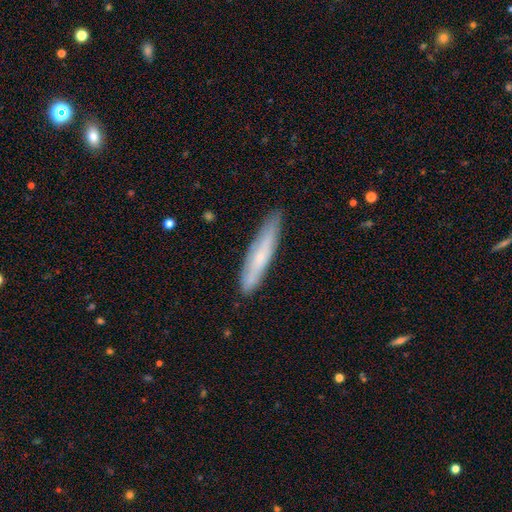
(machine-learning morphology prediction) This appears to be a smooth galaxy with no disk features (56%) that is cigar-shaped (90%). Merging: none (88%).